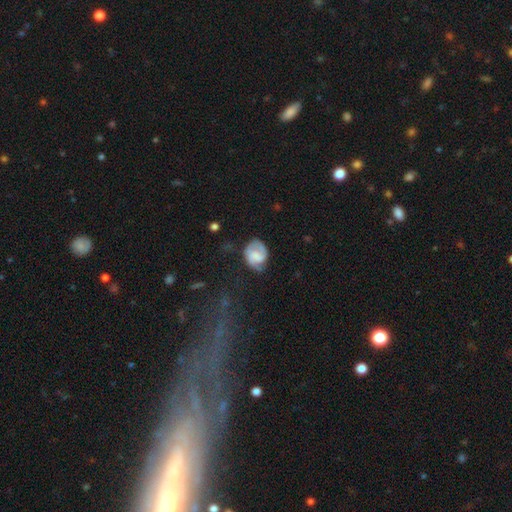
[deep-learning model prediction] Overall: featured or disk (61%; smooth 32%). Edge-on disk: no (97%). Bar: weak (44%; no 39%). Spiral arms: yes (86%). Spiral arm count: 2 (71%). Spiral winding: medium (43%; tight 37%). Bulge size: none (41%; moderate 22%). Merging: none (58%; minor disturbance 26%).